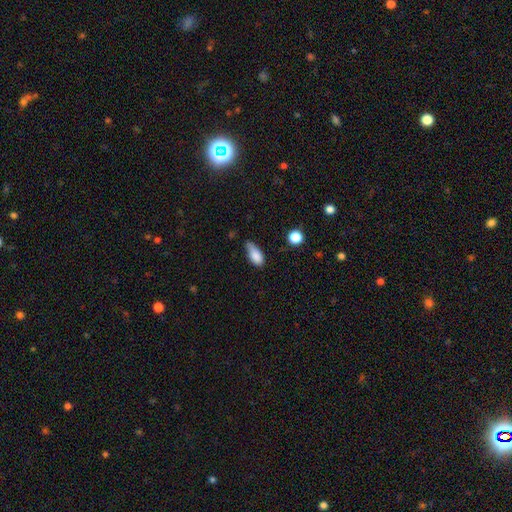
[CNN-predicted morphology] smooth 83%, featured or disk 9%, star or artifact 8%. Down the decision tree: how rounded — in between (86%); merging — minor disturbance (47%).